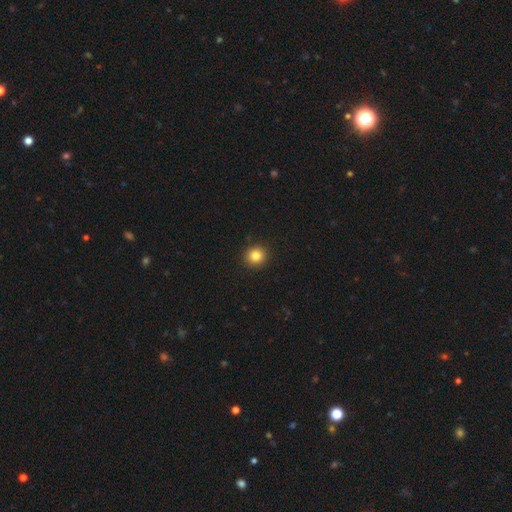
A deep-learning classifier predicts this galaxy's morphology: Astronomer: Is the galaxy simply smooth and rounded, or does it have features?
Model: smooth — 83%.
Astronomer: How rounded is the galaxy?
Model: round — 91%.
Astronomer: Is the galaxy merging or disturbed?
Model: none — 93%.